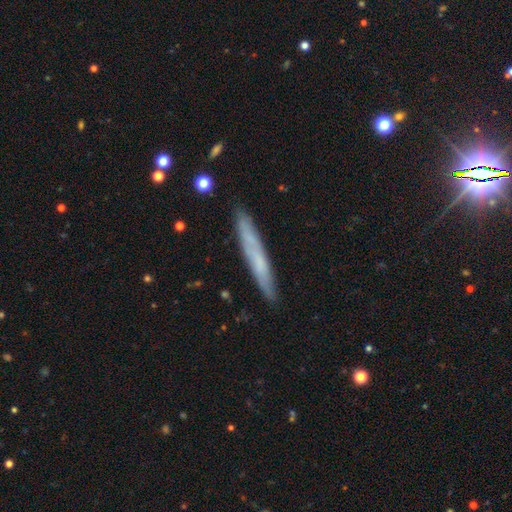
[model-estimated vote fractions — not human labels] smooth-or-featured: smooth: 51% | featured or disk: 41% | star or artifact: 8%
  how-rounded: cigar-shaped: 95% | in between: 4% | round: 1%
  merging: none: 86% | minor disturbance: 10% | major disturbance: 2% | merger: 2%